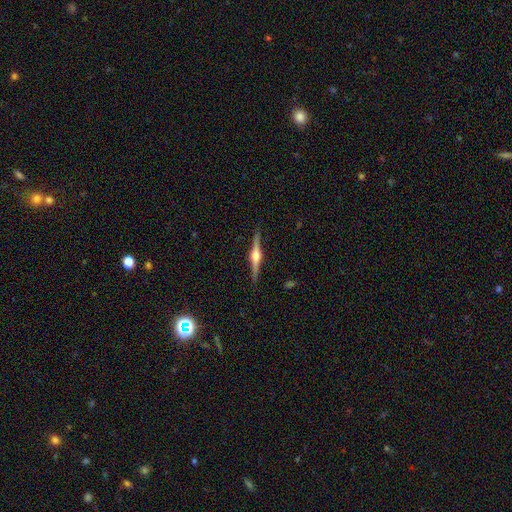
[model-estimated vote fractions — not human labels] Smooth or featured: featured or disk — 84% (smooth — 10%)
Edge-on disk: yes — 98% (no — 2%)
Edge-on bulge: rounded — 93% (boxy — 5%)
Merging: none — 91% (minor disturbance — 7%)